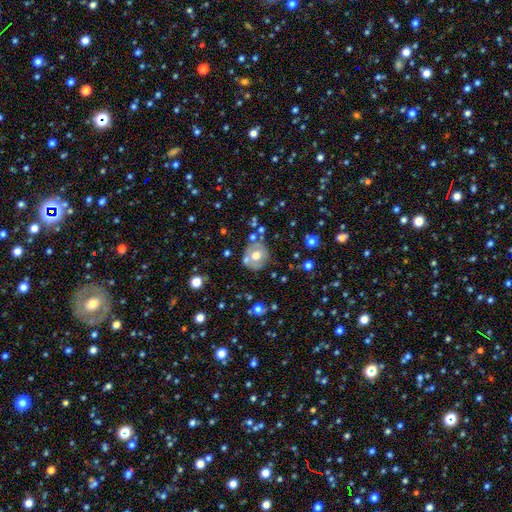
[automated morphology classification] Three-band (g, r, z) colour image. It shows a smooth galaxy with no disk features (51%) that is round (81%). Merging: none (66%).